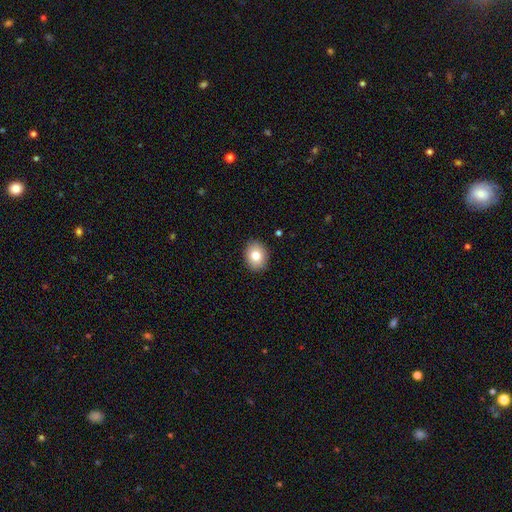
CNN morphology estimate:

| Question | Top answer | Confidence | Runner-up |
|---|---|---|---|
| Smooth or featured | smooth | 82% | featured or disk (9%) |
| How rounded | in between | 57% | round (42%) |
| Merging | none | 90% | minor disturbance (8%) |